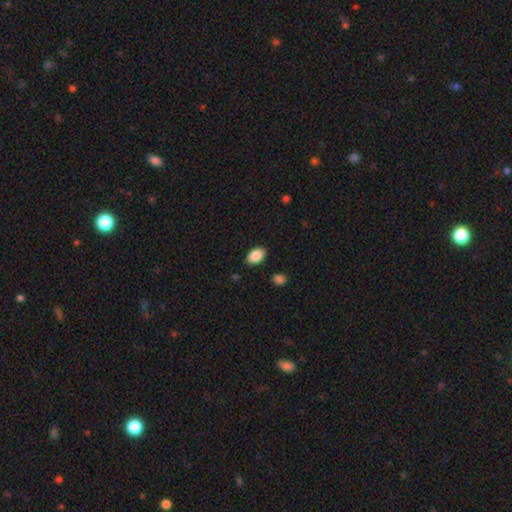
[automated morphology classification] Smooth or featured? smooth (88%)
How rounded? in between (90%)
Merging? none (87%)